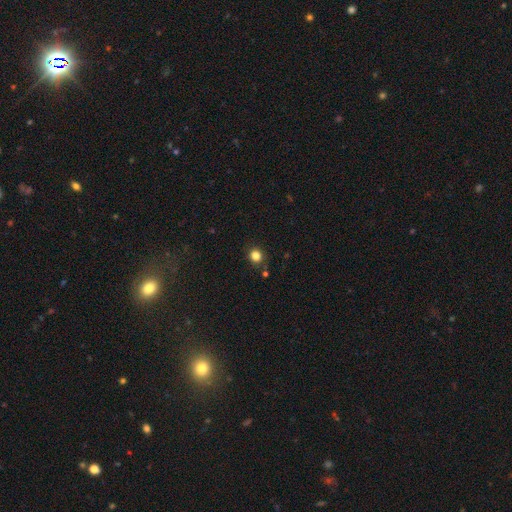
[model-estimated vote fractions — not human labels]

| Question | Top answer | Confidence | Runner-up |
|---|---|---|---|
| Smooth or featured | smooth | 83% | star or artifact (13%) |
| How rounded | round | 85% | in between (14%) |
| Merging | none | 85% | minor disturbance (9%) |